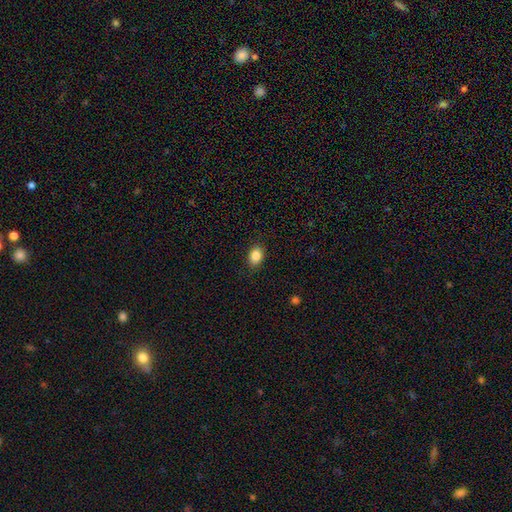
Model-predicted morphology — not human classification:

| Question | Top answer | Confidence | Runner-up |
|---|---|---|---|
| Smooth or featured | smooth | 86% | star or artifact (9%) |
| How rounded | in between | 75% | round (24%) |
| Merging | none | 87% | minor disturbance (9%) |